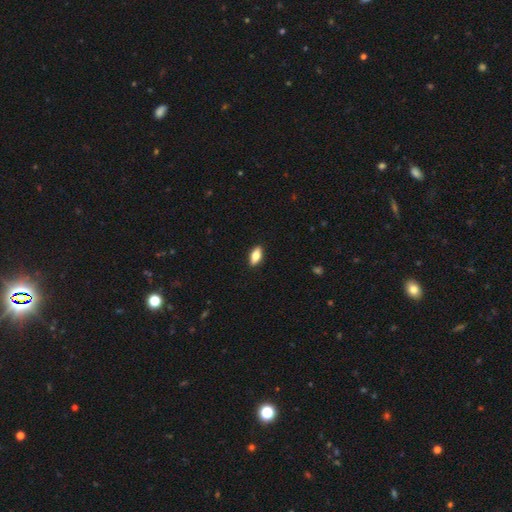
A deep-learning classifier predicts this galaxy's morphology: smooth_or_featured: smooth (p=0.75) [alt: featured or disk p=0.18]
how_rounded: in between (p=0.84) [alt: cigar-shaped p=0.12]
merging: none (p=0.90) [alt: minor disturbance p=0.08]